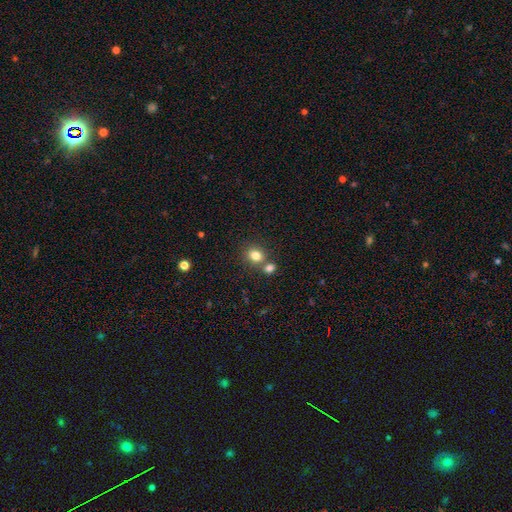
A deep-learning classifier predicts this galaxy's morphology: smooth-or-featured: smooth: 81% | star or artifact: 12% | featured or disk: 7%
  how-rounded: round: 62% | in between: 37% | cigar-shaped: 1%
  merging: none: 60% | merger: 27% | minor disturbance: 9% | major disturbance: 3%